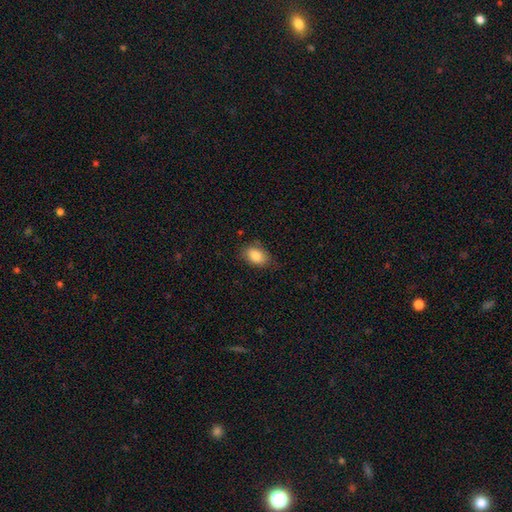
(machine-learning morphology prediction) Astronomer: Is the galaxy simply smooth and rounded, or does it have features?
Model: smooth — 84%.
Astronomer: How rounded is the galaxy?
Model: in between — 85%.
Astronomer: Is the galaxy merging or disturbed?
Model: none — 76%.